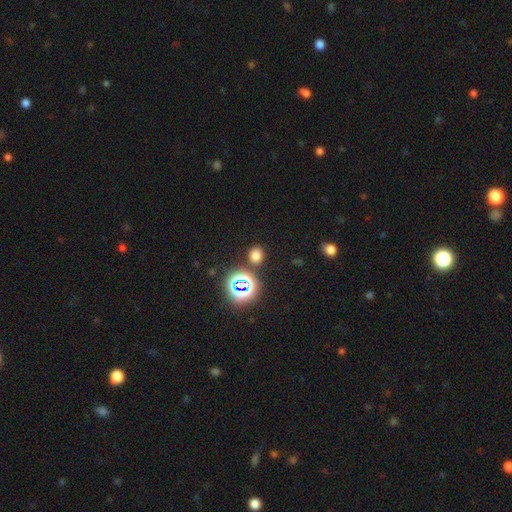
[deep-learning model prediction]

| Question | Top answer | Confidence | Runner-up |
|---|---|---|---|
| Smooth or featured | smooth | 69% | star or artifact (25%) |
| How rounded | round | 70% | in between (29%) |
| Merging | none | 85% | minor disturbance (8%) |